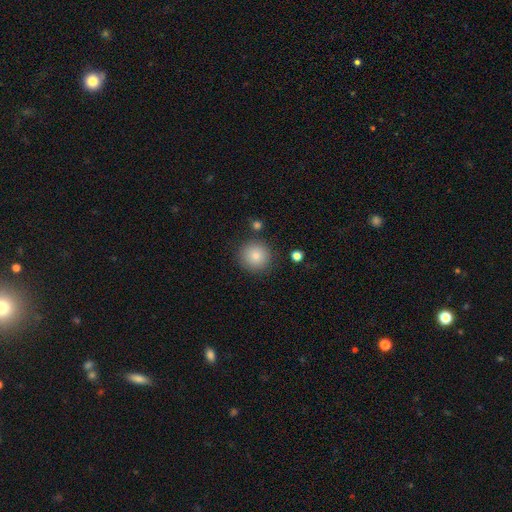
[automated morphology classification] smooth 83%, star or artifact 10%, featured or disk 7%. Down the decision tree: how rounded — round (94%); merging — none (87%).